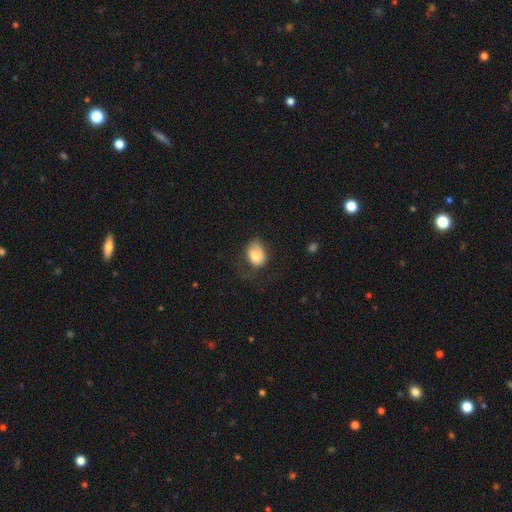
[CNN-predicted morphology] This appears to be a smooth galaxy with no disk features (81%) that is in between round and cigar-shaped (66%). Merging: none (48%).